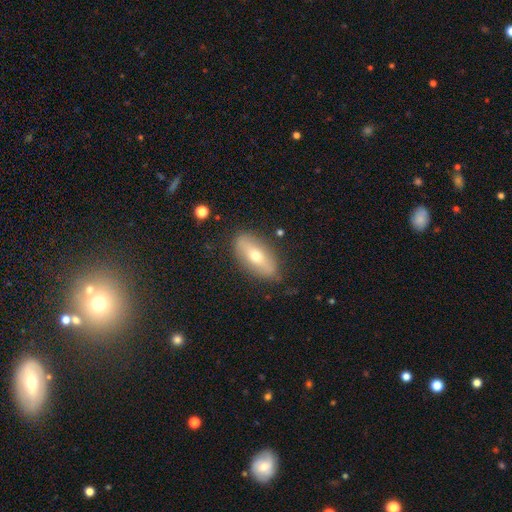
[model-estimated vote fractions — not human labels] smooth 53%, featured or disk 40%, star or artifact 7%. Down the decision tree: how rounded — in between (82%); merging — none (81%).